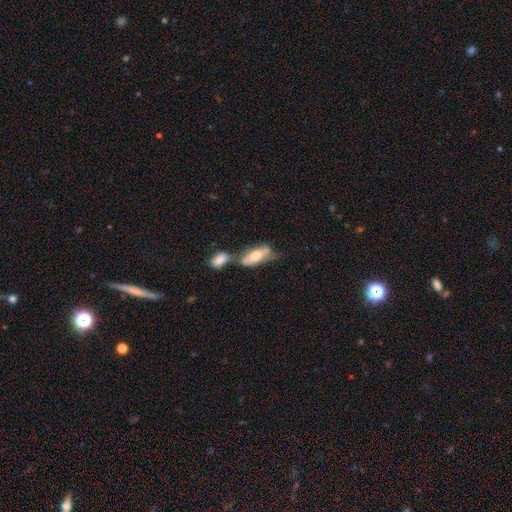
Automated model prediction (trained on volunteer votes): A smooth galaxy with no disk features (63%) that is in between round and cigar-shaped (76%). Merging: merger (47%).